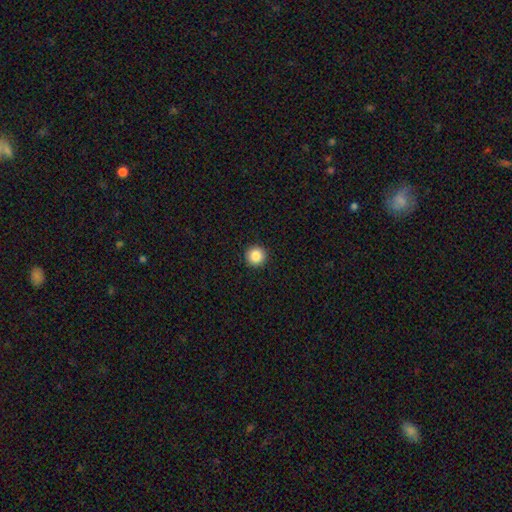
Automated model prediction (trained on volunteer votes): Smooth or featured: smooth — 87% (star or artifact — 10%)
How rounded: round — 96% (in between — 3%)
Merging: none — 93% (minor disturbance — 4%)